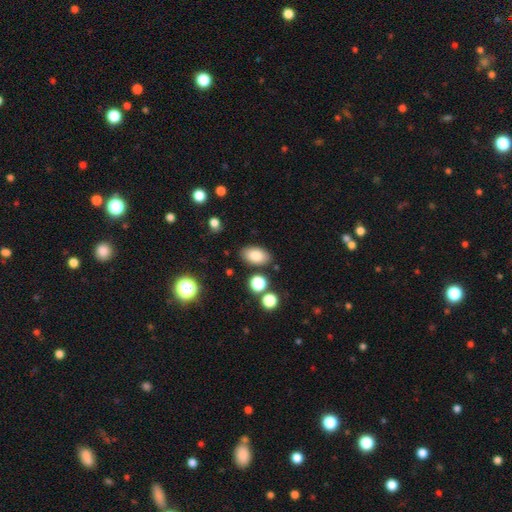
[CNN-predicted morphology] Smooth or featured?
  - smooth: 83% *
  - star or artifact: 8%
  - featured or disk: 8%
How rounded?
  - in between: 92% *
  - round: 6%
  - cigar-shaped: 2%
Merging?
  - none: 83% *
  - minor disturbance: 10%
  - merger: 4%
  - major disturbance: 3%